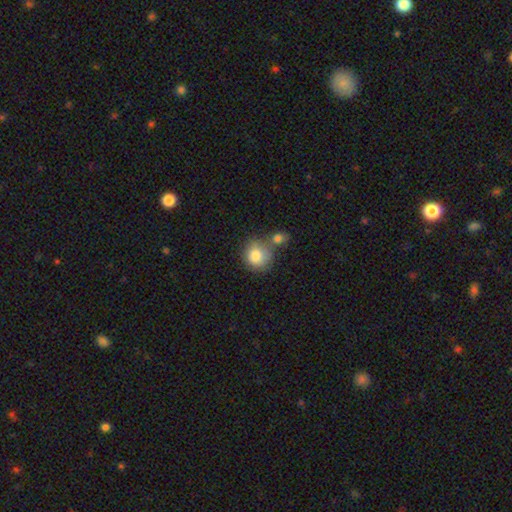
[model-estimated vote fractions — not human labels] Morphology: type=smooth (84%); roundness=round (82%); merging=none (48%).